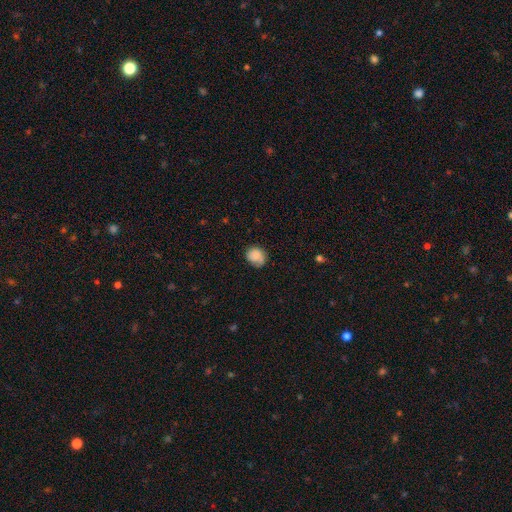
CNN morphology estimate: Q: Smooth or featured?
A: smooth (79%); runner-up: featured or disk (13%)
Q: How rounded?
A: round (62%); runner-up: in between (37%)
Q: Merging?
A: none (66%); runner-up: minor disturbance (26%)